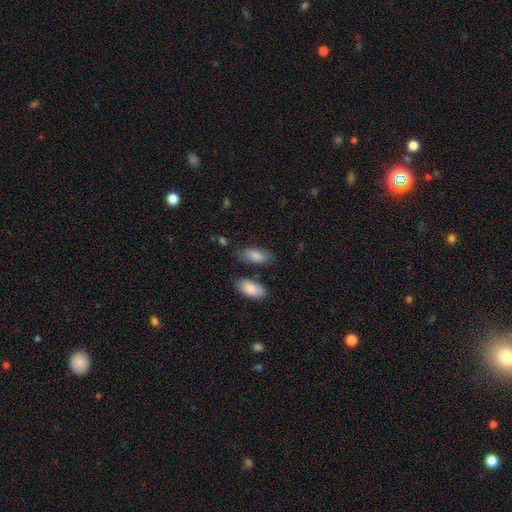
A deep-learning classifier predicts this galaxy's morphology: Overall: smooth (80%). How rounded: in between (88%). Merging: none (71%).